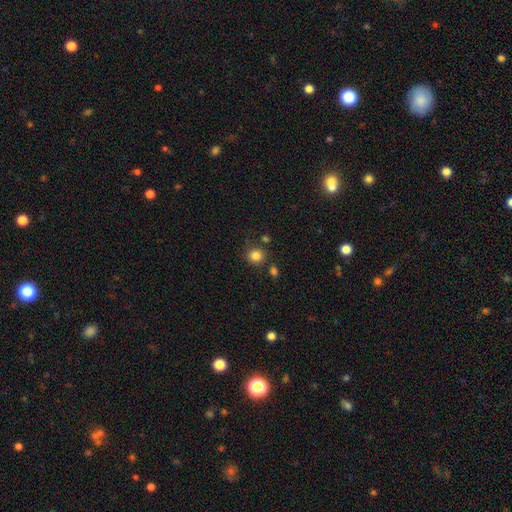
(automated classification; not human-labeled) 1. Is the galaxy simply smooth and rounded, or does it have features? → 83% smooth, 12% star or artifact, 5% featured or disk.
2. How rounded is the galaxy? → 86% round, 13% in between, 1% cigar-shaped.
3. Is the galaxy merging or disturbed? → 79% none, 10% minor disturbance, 7% merger, 3% major disturbance.